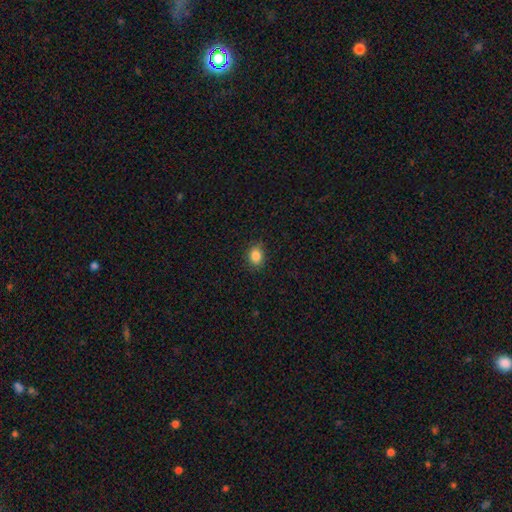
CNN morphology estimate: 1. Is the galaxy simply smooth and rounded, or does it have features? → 86% smooth, 10% star or artifact, 4% featured or disk.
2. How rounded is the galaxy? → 56% in between, 43% round, 1% cigar-shaped.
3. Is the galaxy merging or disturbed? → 86% none, 11% minor disturbance, 2% major disturbance, 1% merger.